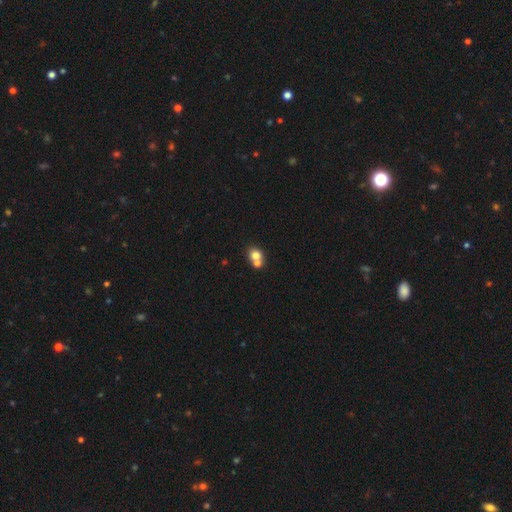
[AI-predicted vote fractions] A smooth galaxy with no disk features (76%) that is round (69%). Merging: merger (51%).